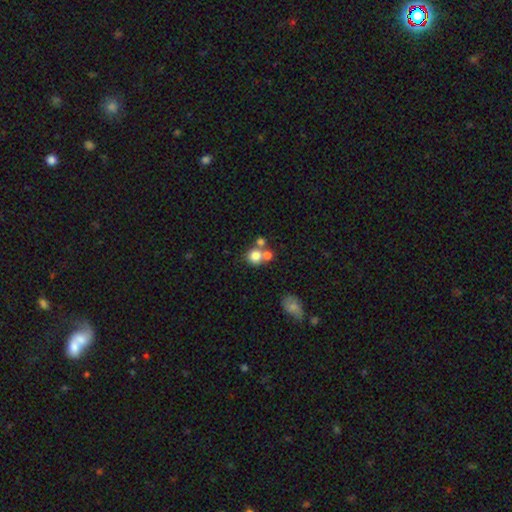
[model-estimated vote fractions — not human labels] Smooth or featured? Predicted: smooth (p=0.77). How rounded? Predicted: round (p=0.85). Merging? Predicted: none (p=0.46).